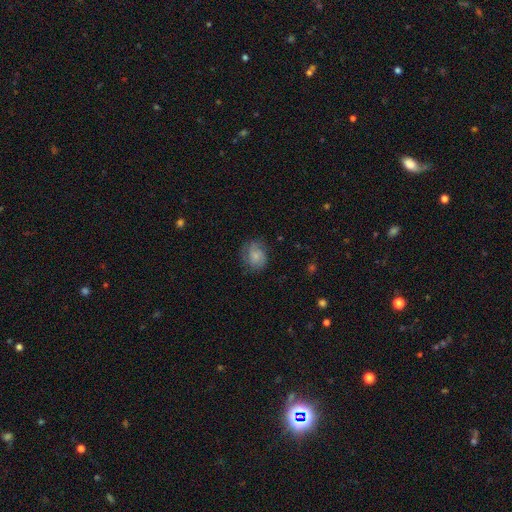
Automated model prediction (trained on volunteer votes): Morphology: type=smooth (56%); roundness=round (61%); merging=none (67%).